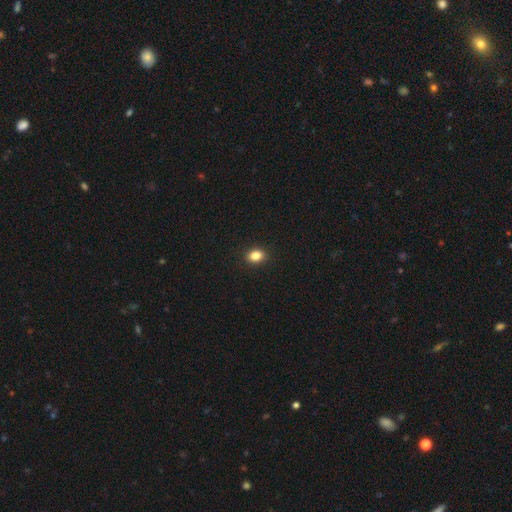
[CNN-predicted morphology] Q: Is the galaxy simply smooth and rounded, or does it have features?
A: smooth — 85%.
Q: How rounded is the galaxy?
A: in between — 63%.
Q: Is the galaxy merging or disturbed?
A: none — 91%.